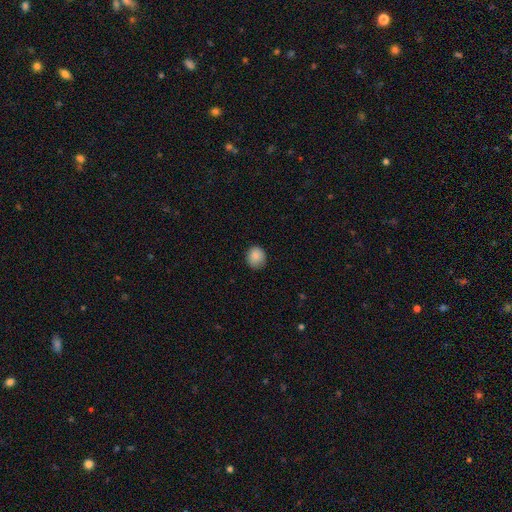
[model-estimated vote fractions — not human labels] smooth-or-featured: smooth: 87% | star or artifact: 9% | featured or disk: 4%
  how-rounded: round: 83% | in between: 16% | cigar-shaped: 1%
  merging: none: 83% | minor disturbance: 13% | major disturbance: 3% | merger: 1%